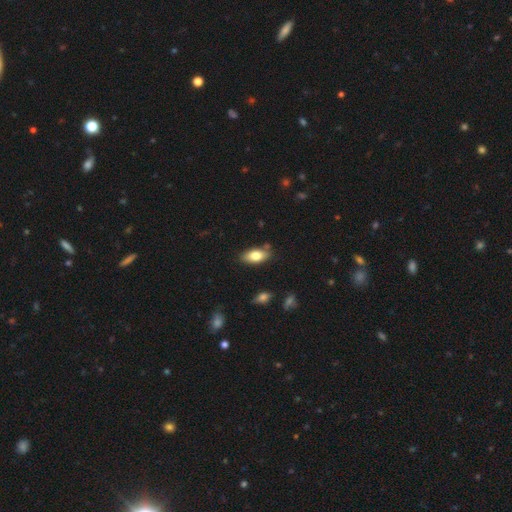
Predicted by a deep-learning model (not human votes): Overall: smooth (80%). How rounded: in between (90%). Merging: none (79%).